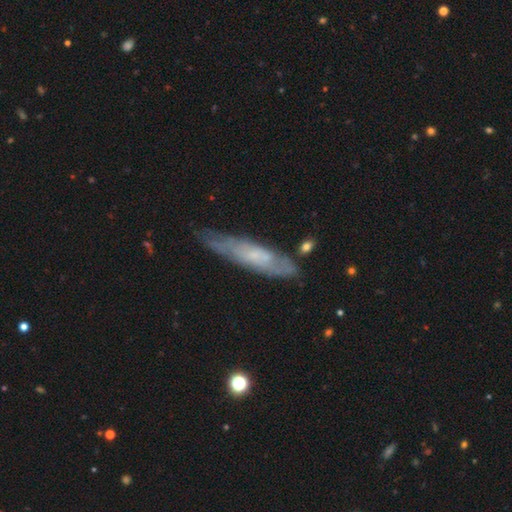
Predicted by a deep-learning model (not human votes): Q: Smooth or featured?
A: featured or disk (55%); runner-up: smooth (38%)
Q: Edge-on disk?
A: no (51%); runner-up: yes (49%)
Q: Merging?
A: none (68%); runner-up: minor disturbance (22%)